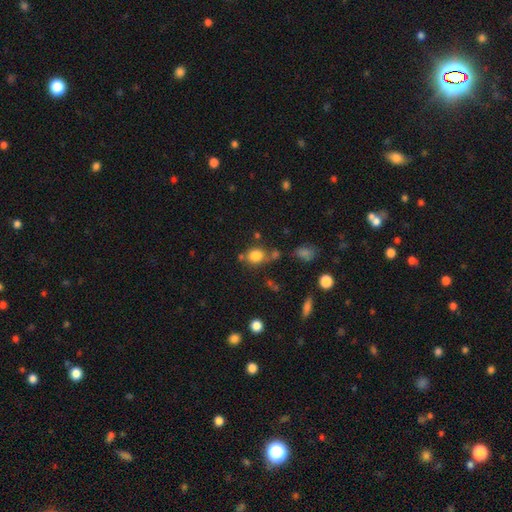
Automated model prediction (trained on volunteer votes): This appears to be a smooth galaxy with no disk features (82%) that is round (63%). Merging: none (61%).